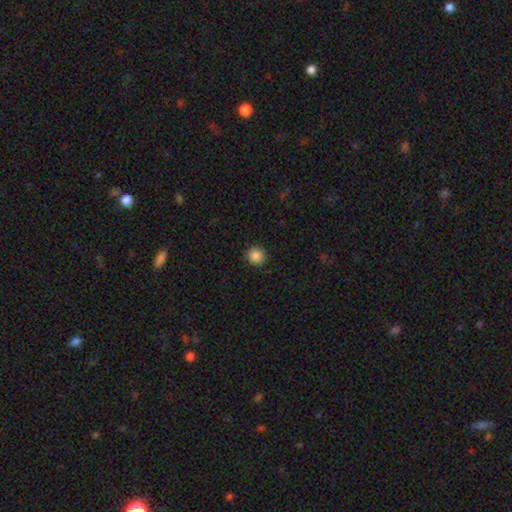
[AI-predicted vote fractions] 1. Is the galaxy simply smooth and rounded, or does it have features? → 87% smooth, 10% star or artifact, 3% featured or disk.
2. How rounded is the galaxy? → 92% round, 7% in between, 1% cigar-shaped.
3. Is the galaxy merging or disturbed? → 92% none, 5% minor disturbance, 2% major disturbance, 1% merger.